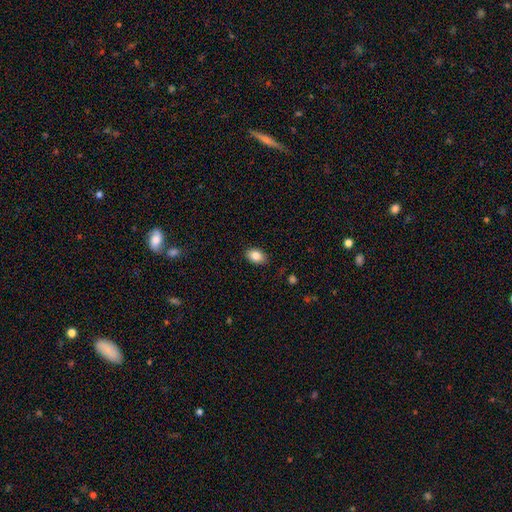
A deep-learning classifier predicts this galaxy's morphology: Overall: smooth (84%). How rounded: in between (85%). Merging: none (87%).